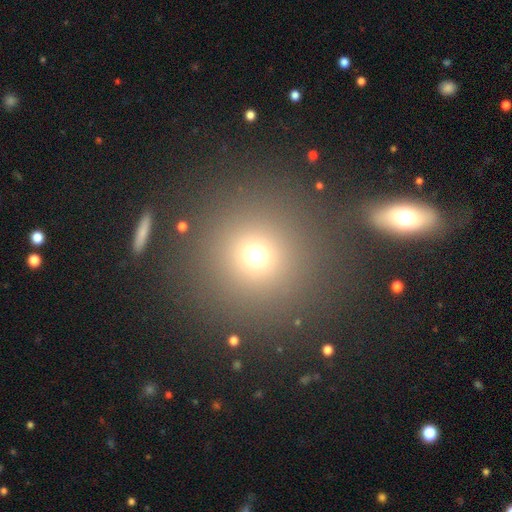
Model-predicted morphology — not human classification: Overall: smooth (69%). How rounded: round (93%). Merging: none (80%).